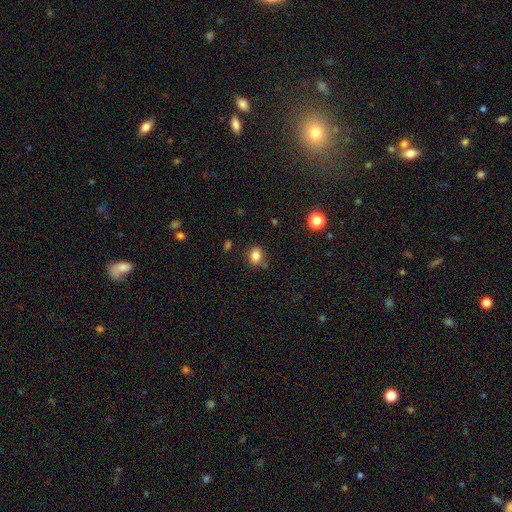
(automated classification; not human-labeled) Overall: smooth (83%). How rounded: round (67%; in between 32%). Merging: none (71%).